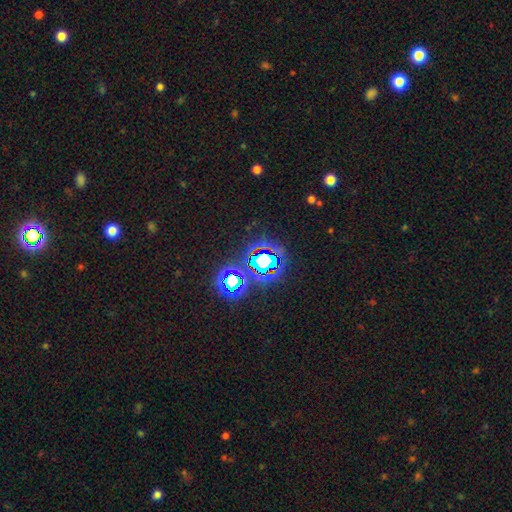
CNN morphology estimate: Smooth or featured?
  - star or artifact: 79% *
  - smooth: 14%
  - featured or disk: 8%